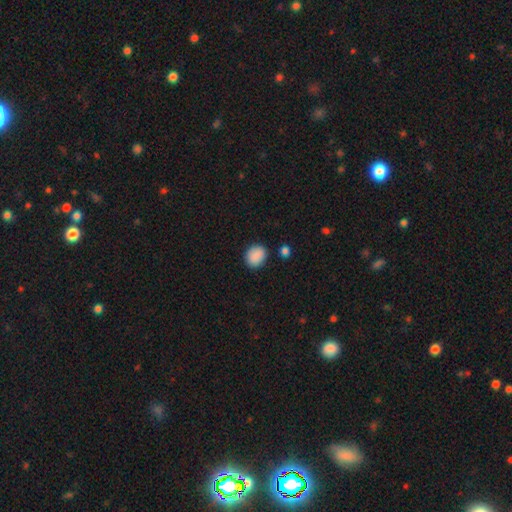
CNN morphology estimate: Q: Smooth or featured?
A: smooth (89%); runner-up: star or artifact (8%)
Q: How rounded?
A: round (60%); runner-up: in between (39%)
Q: Merging?
A: none (85%); runner-up: minor disturbance (10%)